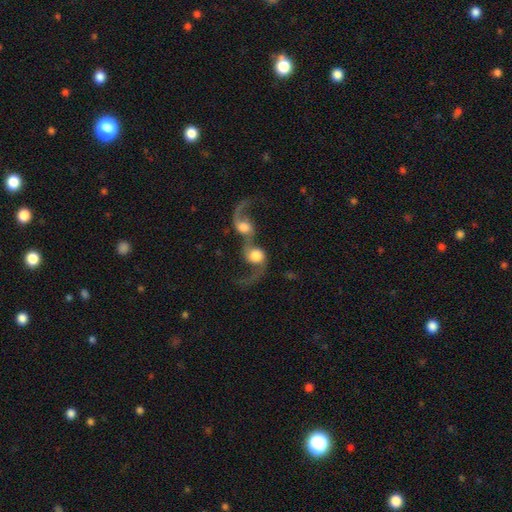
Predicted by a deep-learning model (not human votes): Overall: featured or disk (54%; smooth 37%). Edge-on disk: no (95%). Bar: no (71%). Spiral arms: yes (80%). Bulge size: large (43%; moderate 31%). Merging: merger (85%).